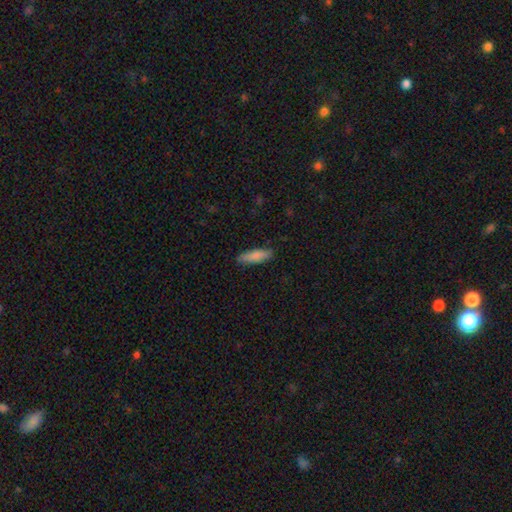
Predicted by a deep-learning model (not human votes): This is clearly a smooth galaxy (85%). How rounded: possibly cigar-shaped (55%). Merging: clearly none (84%).